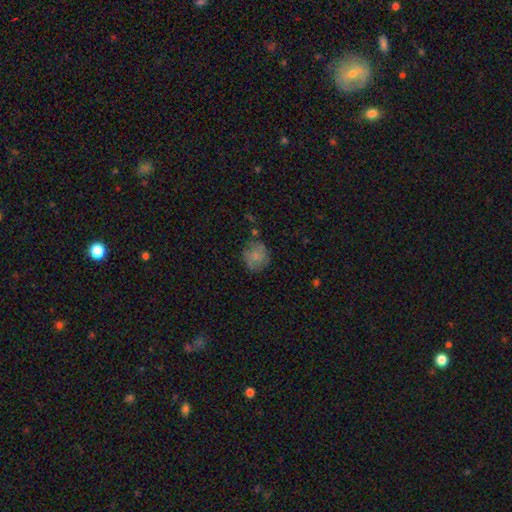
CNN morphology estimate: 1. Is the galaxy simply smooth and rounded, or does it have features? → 69% smooth, 21% featured or disk, 10% star or artifact.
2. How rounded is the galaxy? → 76% round, 23% in between, 1% cigar-shaped.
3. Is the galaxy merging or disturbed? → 63% none, 23% minor disturbance, 9% major disturbance, 5% merger.